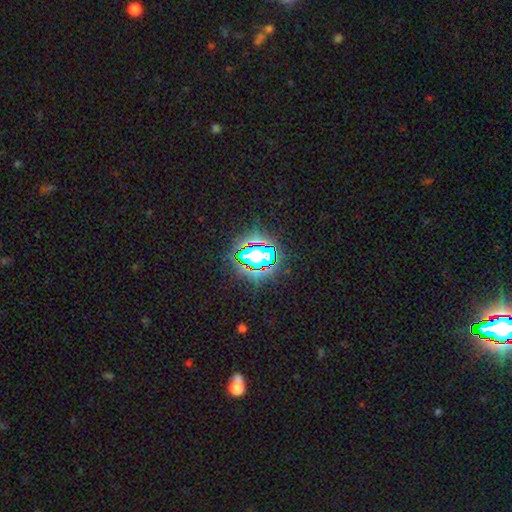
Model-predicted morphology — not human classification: type=star or artifact (72%).